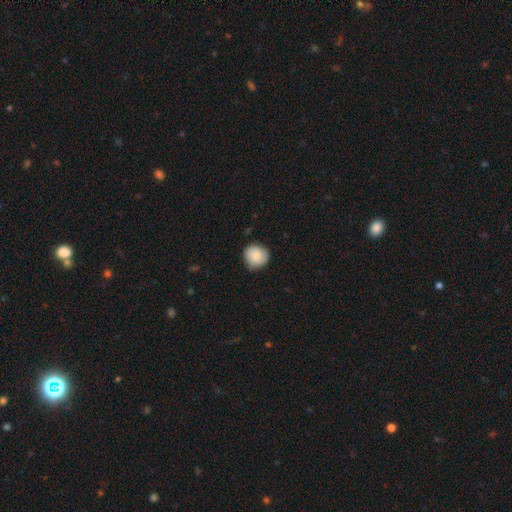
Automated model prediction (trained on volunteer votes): This is likely a smooth galaxy (77%). How rounded: clearly round (90%). Merging: clearly none (82%).